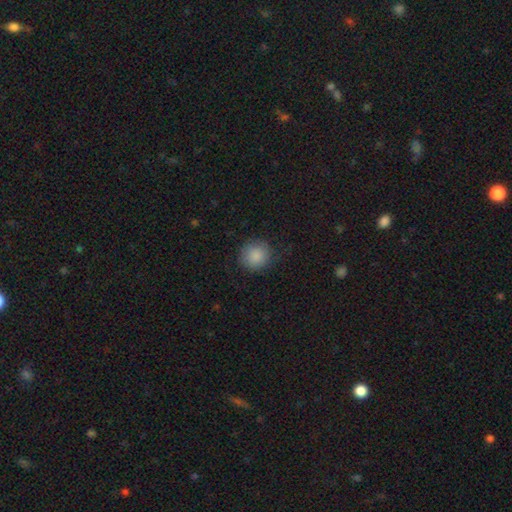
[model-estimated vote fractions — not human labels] A smooth galaxy with no disk features (87%) that is round (90%).

Vote fractions:
- Smooth or featured? smooth: 87% / star or artifact: 8% / featured or disk: 5%
- How rounded? round: 90% / in between: 9% / cigar-shaped: 1%
- Merging? none: 80% / minor disturbance: 14% / major disturbance: 5% / merger: 1%